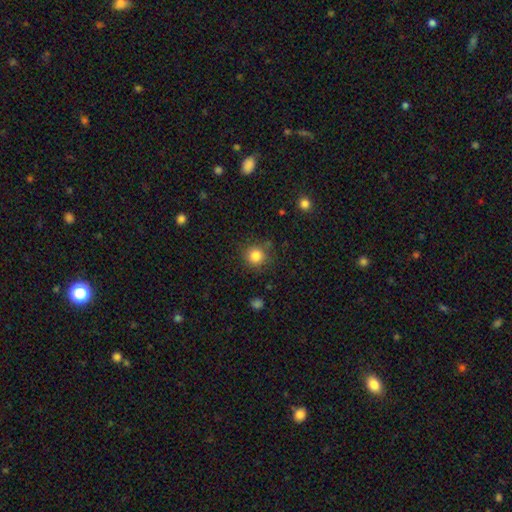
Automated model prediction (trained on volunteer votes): Morphology: type=smooth (84%); roundness=round (93%); merging=none (84%).